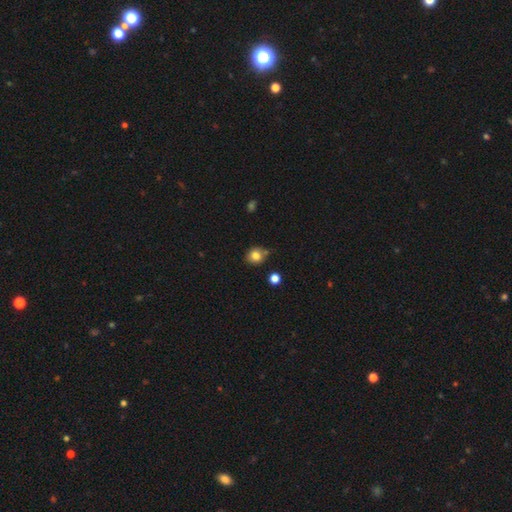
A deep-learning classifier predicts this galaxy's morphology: type=smooth (81%); roundness=round (76%); merging=none (71%).